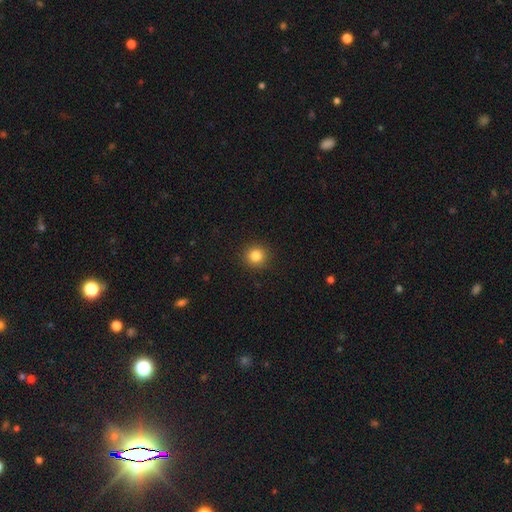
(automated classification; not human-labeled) This is clearly a smooth galaxy (84%). How rounded: clearly round (93%). Merging: clearly none (92%).